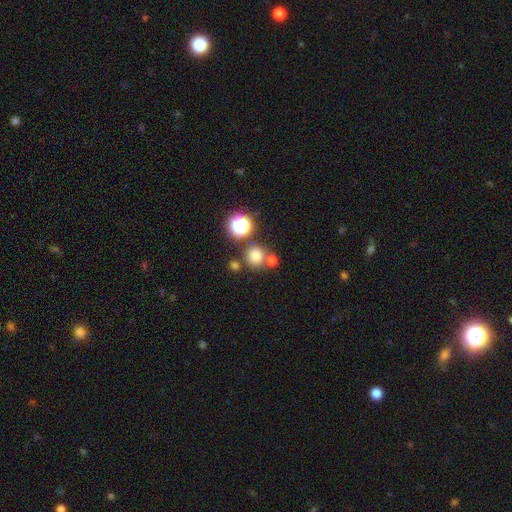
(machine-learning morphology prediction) Q: Smooth or featured?
A: smooth (74%); runner-up: star or artifact (19%)
Q: How rounded?
A: round (89%); runner-up: in between (10%)
Q: Merging?
A: none (69%); runner-up: merger (18%)